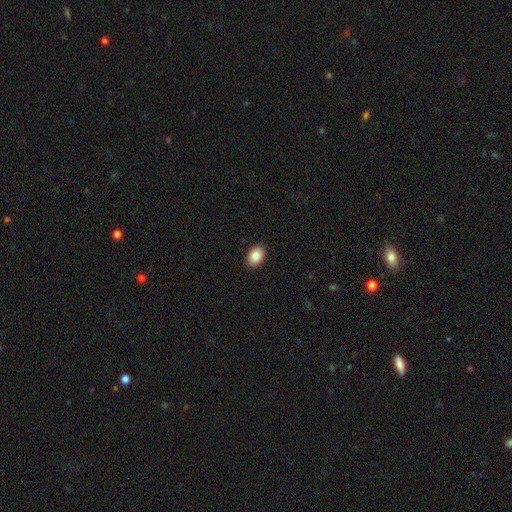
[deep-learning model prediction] smooth-or-featured: smooth: 86% | star or artifact: 8% | featured or disk: 6%
  how-rounded: in between: 80% | round: 19% | cigar-shaped: 1%
  merging: none: 90% | minor disturbance: 7% | major disturbance: 2% | merger: 1%